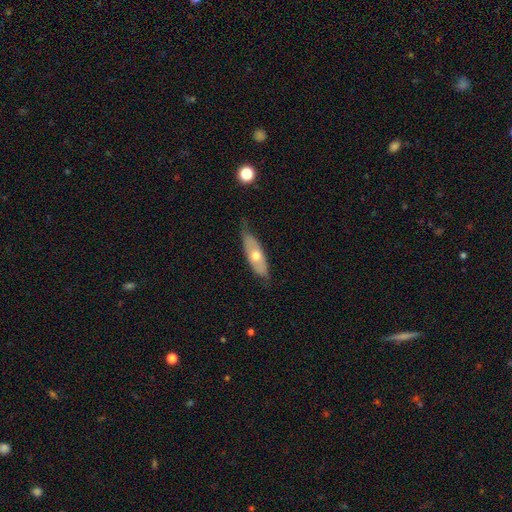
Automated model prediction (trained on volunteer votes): The model was most divided on "smooth or featured": smooth: 48%, featured or disk: 46%, star or artifact: 6%. More confident: merging — none (66%).